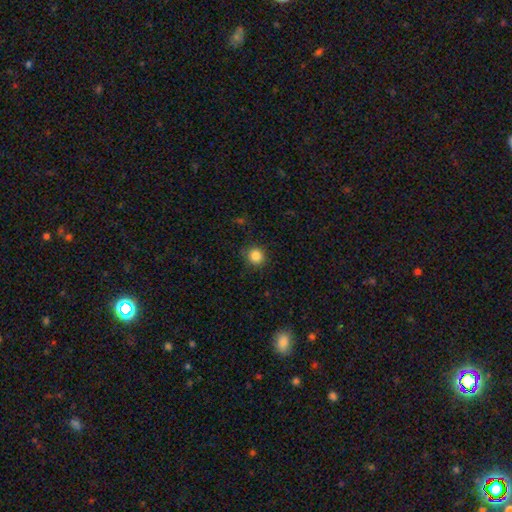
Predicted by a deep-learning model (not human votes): The model was most divided on "smooth or featured": smooth: 86%, star or artifact: 11%, featured or disk: 4%. More confident: how rounded — round (93%); merging — none (86%).